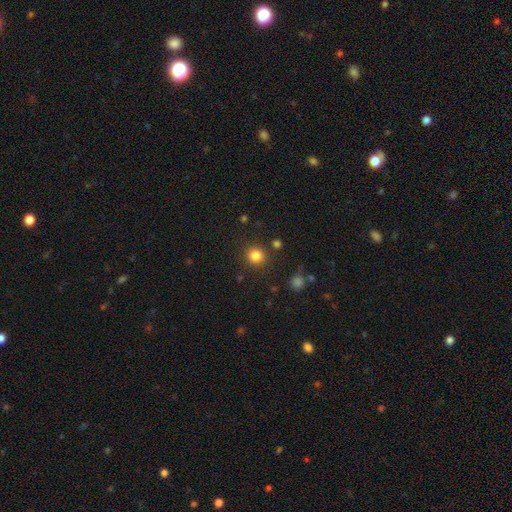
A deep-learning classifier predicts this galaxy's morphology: The model was most divided on "smooth or featured": smooth: 83%, star or artifact: 12%, featured or disk: 5%. More confident: how rounded — round (91%); merging — none (87%).